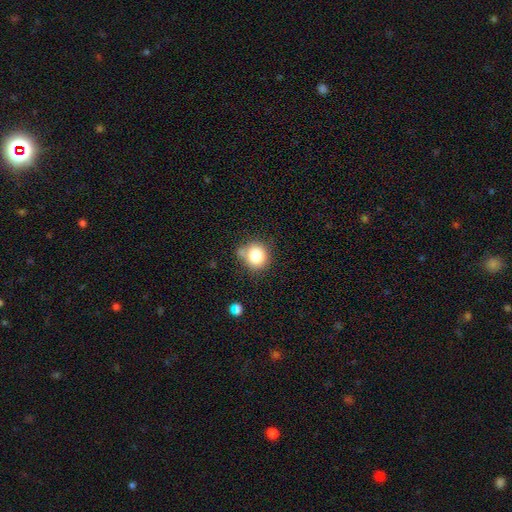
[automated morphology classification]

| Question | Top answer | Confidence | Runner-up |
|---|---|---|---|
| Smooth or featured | smooth | 82% | star or artifact (11%) |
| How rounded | round | 84% | in between (15%) |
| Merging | none | 65% | minor disturbance (20%) |